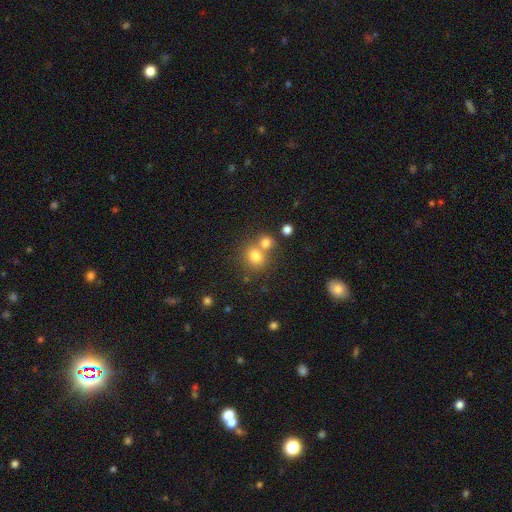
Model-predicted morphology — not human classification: smooth_or_featured: smooth (p=0.77) [alt: star or artifact p=0.13]
how_rounded: round (p=0.77) [alt: in between p=0.22]
merging: none (p=0.49) [alt: merger p=0.39]